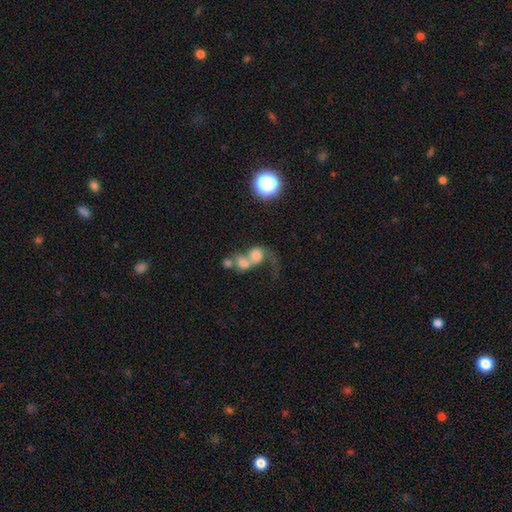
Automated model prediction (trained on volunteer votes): Smooth or featured? Predicted: smooth (p=0.52). How rounded? Predicted: round (p=0.58). Merging? Predicted: merger (p=0.73).